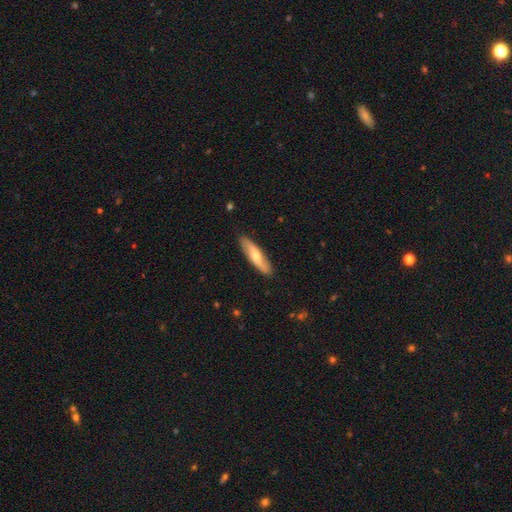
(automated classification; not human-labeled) Smooth or featured? smooth (53%)
How rounded? cigar-shaped (75%)
Merging? none (88%)